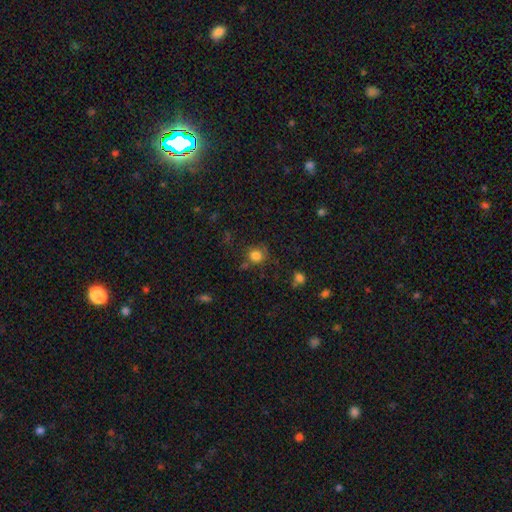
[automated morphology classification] This appears to be a smooth galaxy with no disk features (81%) that is round (87%). Merging: none (70%).